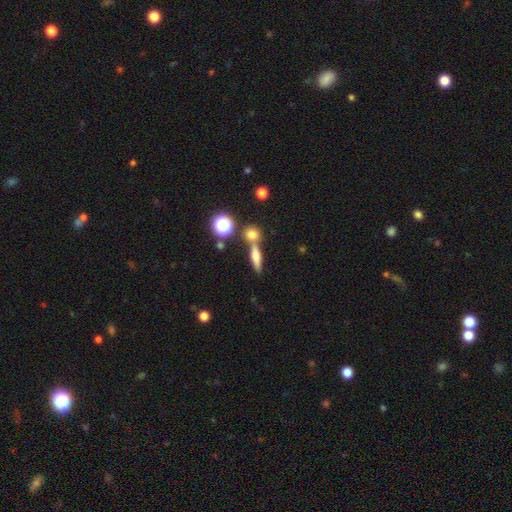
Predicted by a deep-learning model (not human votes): Overall: smooth (56%; featured or disk 31%). How rounded: cigar-shaped (56%; in between 28%). Merging: none (62%; merger 25%).